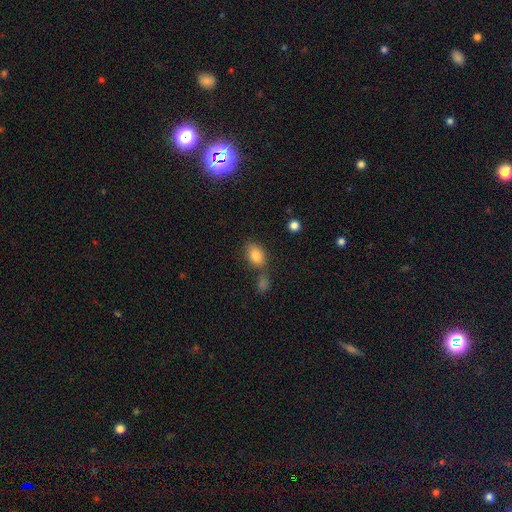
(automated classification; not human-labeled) This is clearly a smooth galaxy (83%). How rounded: clearly in between (82%). Merging: likely none (67%).